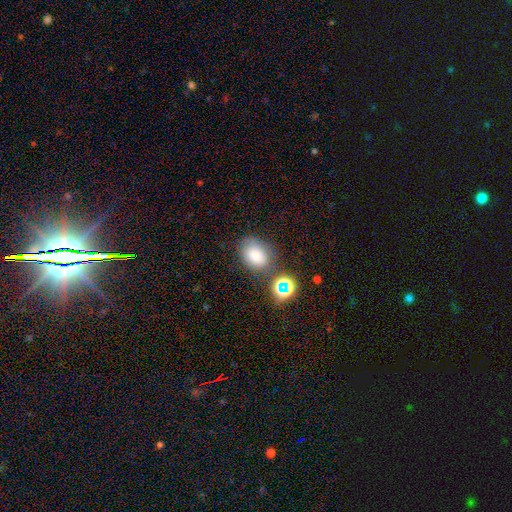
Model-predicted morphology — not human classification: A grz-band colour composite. It shows a smooth galaxy with no disk features (76%) that is in between round and cigar-shaped (70%). Merging: none (69%).